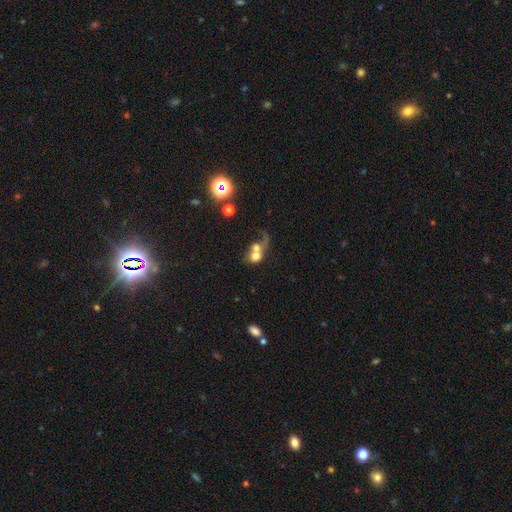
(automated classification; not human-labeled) A smooth galaxy with no disk features (61%) that is round (68%). Merging: merger (65%).